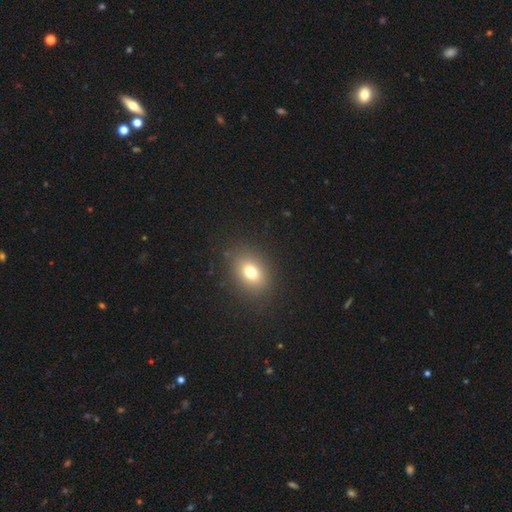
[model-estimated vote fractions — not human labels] Smooth or featured: smooth — 69% (star or artifact — 23%)
How rounded: in between — 55% (round — 43%)
Merging: none — 91% (minor disturbance — 6%)